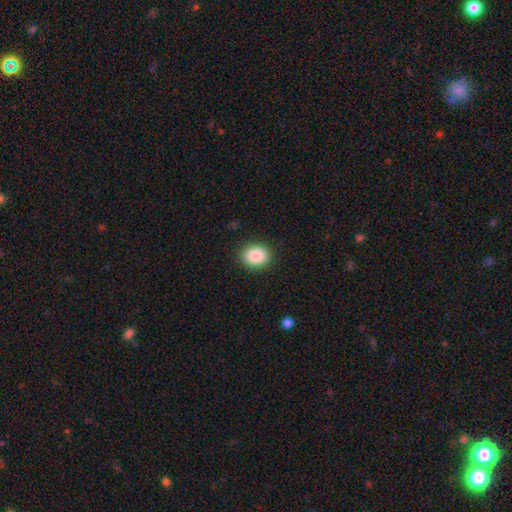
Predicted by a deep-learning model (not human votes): This appears to be a smooth galaxy with no disk features (88%) that is round (52%). Merging: none (89%).